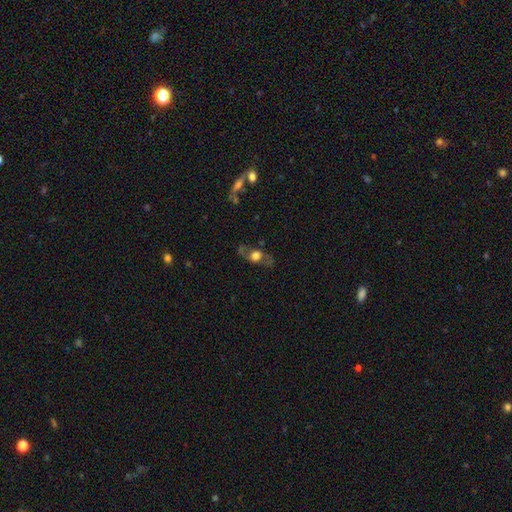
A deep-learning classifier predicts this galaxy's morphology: Smooth or featured?
  - featured or disk: 49% *
  - smooth: 41%
  - star or artifact: 11%
Merging?
  - none: 68% *
  - minor disturbance: 17%
  - major disturbance: 12%
  - merger: 3%